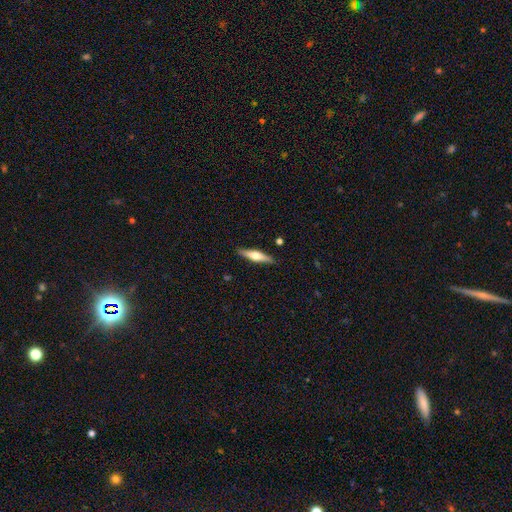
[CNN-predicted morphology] type=featured or disk (57%); edge-on=yes (96%); edge-on bulge=rounded (90%); merging=none (89%).